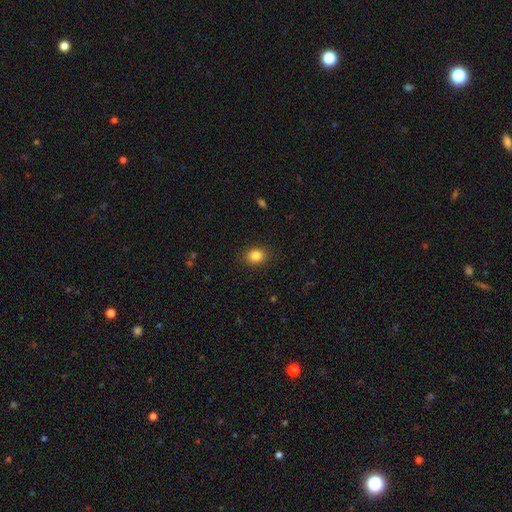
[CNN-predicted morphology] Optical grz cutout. It shows a smooth galaxy with no disk features (84%) that is in between round and cigar-shaped (53%). Merging: none (89%).